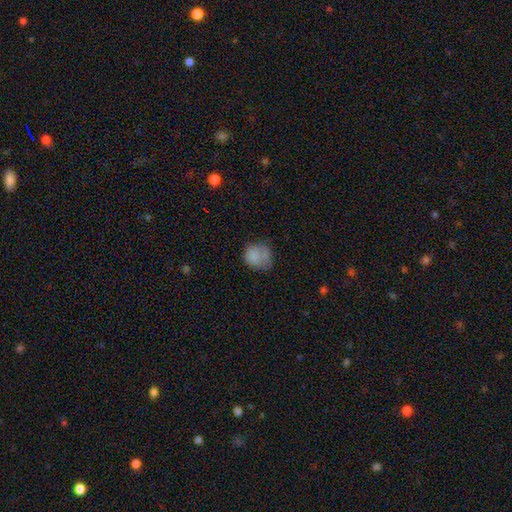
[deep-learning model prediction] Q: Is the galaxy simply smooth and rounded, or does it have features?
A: smooth — 77%.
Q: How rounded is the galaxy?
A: round — 71%.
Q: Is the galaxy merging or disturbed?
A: none — 50%.